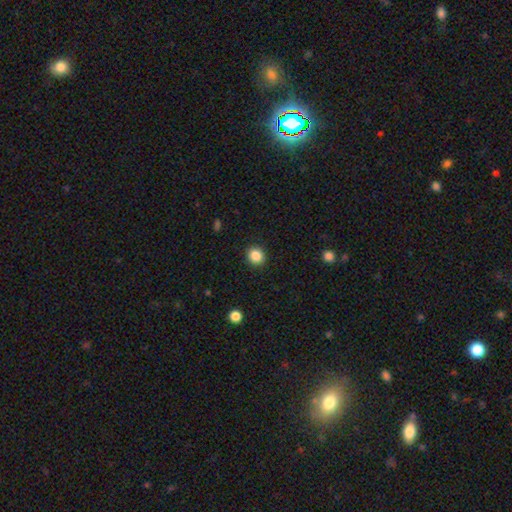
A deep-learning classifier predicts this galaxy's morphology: A smooth galaxy with no disk features (86%) that is round (88%).

Vote fractions:
- Smooth or featured? smooth: 86% / star or artifact: 10% / featured or disk: 4%
- How rounded? round: 88% / in between: 11% / cigar-shaped: 1%
- Merging? none: 92% / minor disturbance: 5% / major disturbance: 2% / merger: 1%